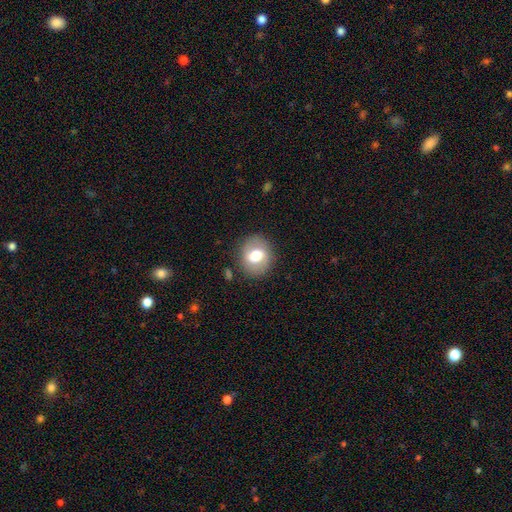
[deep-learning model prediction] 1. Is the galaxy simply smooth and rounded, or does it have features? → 65% smooth, 27% featured or disk, 8% star or artifact.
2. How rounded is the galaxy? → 71% round, 28% in between, 1% cigar-shaped.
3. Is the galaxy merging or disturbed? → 84% none, 11% minor disturbance, 4% major disturbance, 2% merger.